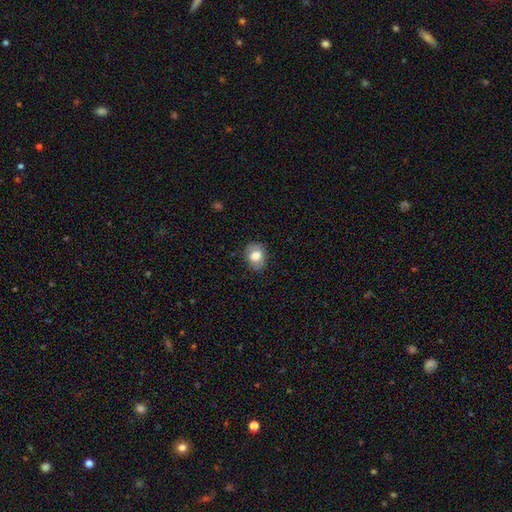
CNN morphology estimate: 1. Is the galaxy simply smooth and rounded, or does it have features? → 76% smooth, 16% featured or disk, 8% star or artifact.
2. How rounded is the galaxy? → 52% in between, 47% round, 1% cigar-shaped.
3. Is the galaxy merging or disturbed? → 82% none, 14% minor disturbance, 4% major disturbance, 1% merger.